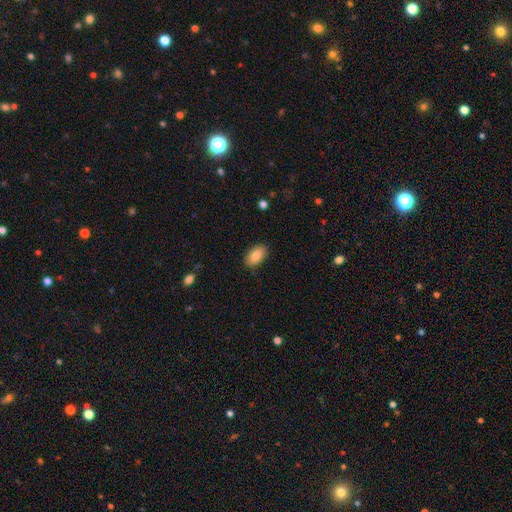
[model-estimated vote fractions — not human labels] Smooth or featured? Predicted: smooth (p=0.85). How rounded? Predicted: in between (p=0.93). Merging? Predicted: none (p=0.88).